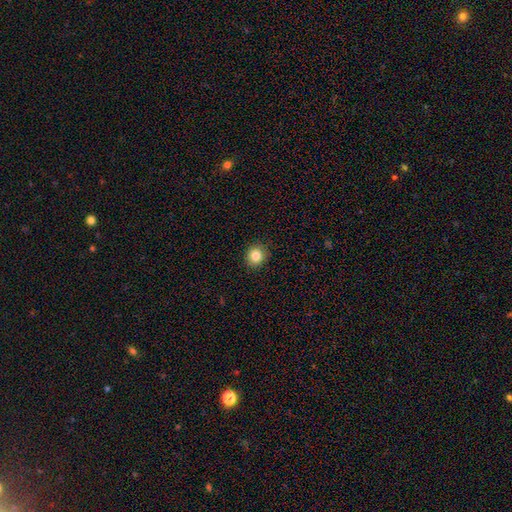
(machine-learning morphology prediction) type=smooth (84%); roundness=round (83%); merging=none (91%).